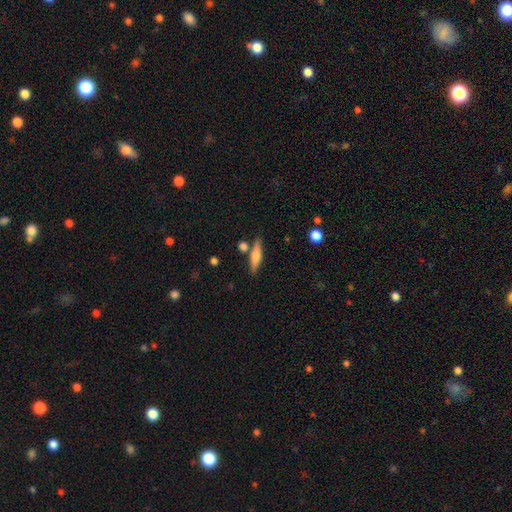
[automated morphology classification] type=smooth (58%); roundness=cigar-shaped (77%); merging=none (77%).